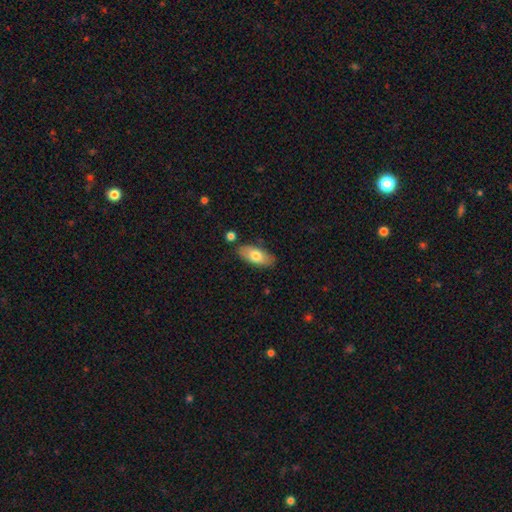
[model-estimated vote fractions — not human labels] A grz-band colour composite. It shows a smooth galaxy with no disk features (73%) that is in between round and cigar-shaped (87%). Merging: none (81%).